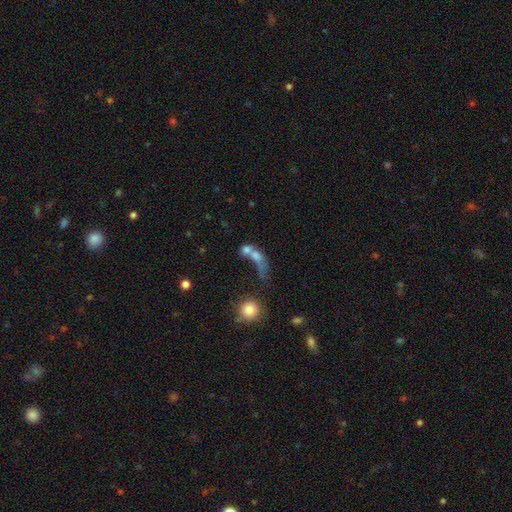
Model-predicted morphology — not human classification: Smooth or featured: smooth — 60% (featured or disk — 27%)
How rounded: in between — 50% (round — 34%)
Merging: merger — 58% (major disturbance — 19%)